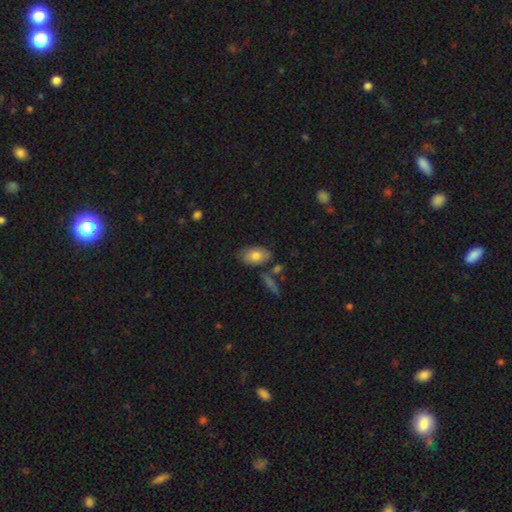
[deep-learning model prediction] smooth 76%, featured or disk 18%, star or artifact 7%. Down the decision tree: how rounded — in between (90%); merging — none (70%).